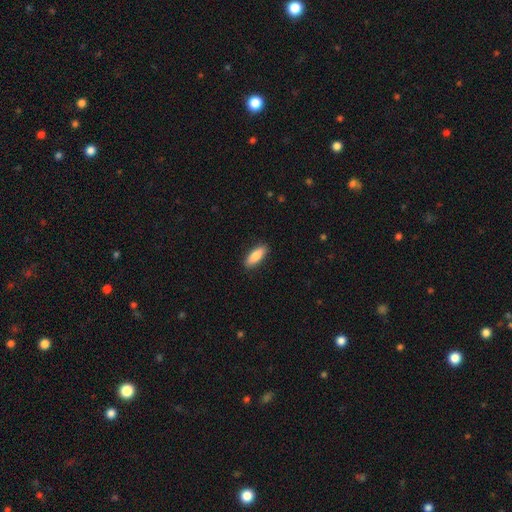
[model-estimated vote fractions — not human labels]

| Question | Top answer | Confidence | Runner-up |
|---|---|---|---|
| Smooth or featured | smooth | 86% | featured or disk (8%) |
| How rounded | in between | 65% | cigar-shaped (33%) |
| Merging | none | 89% | minor disturbance (9%) |